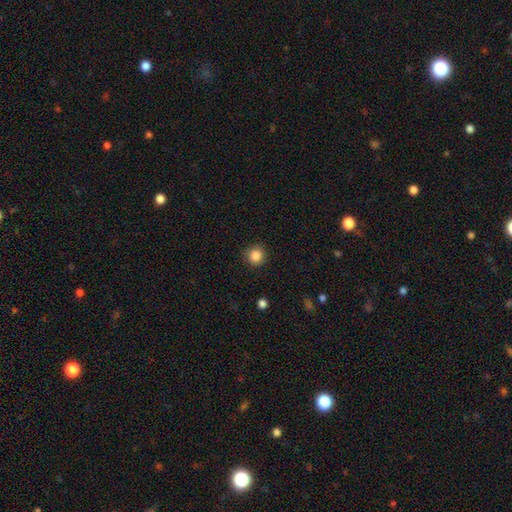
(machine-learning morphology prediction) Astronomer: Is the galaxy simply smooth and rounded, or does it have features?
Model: smooth — 86%.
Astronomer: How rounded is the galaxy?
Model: round — 93%.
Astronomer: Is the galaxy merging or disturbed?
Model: none — 89%.